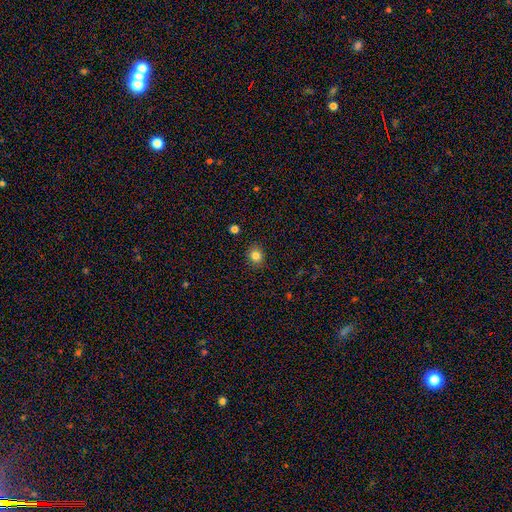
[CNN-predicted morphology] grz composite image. It shows a smooth galaxy with no disk features (83%) that is round (75%). Merging: none (90%).